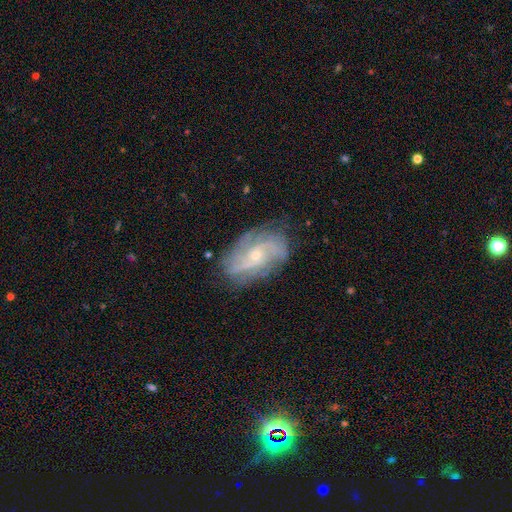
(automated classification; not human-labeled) A featured or disk galaxy (81%) with no bar (66%), 2 (30%) medium (42%) spiral arms (94%) and a small central bulge (75%).

Vote fractions:
- Smooth or featured? featured or disk: 81% / smooth: 11% / star or artifact: 7%
- Edge-on disk? no: 96% / yes: 4%
- Bar? no: 66% / weak: 28% / strong: 6%
- Spiral arms? yes: 94% / no: 6%
- Spiral winding? medium: 42% / tight: 37% / loose: 21%
- Spiral arm count? 2: 30% / can't tell: 28% / 3: 19% / 4: 12% / more than 4: 6% / 1: 5%
- Bulge size? small: 75% / moderate: 22% / none: 2% / large: 1% / dominant: 1%
- Merging? none: 73% / minor disturbance: 18% / major disturbance: 7% / merger: 1%